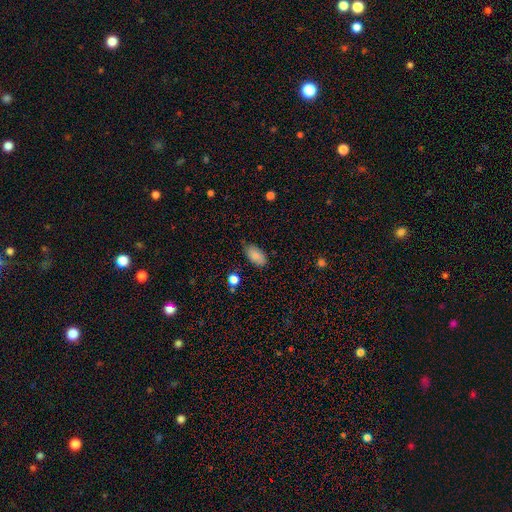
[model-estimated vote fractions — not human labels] Overall: smooth (86%). How rounded: in between (93%). Merging: none (78%).